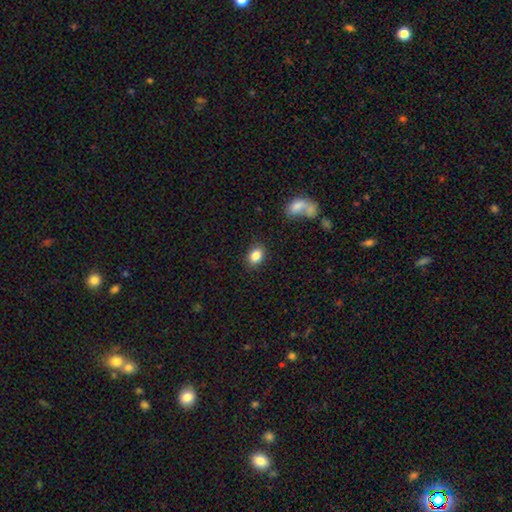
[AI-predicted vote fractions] Smooth or featured?
  - smooth: 84% *
  - star or artifact: 9%
  - featured or disk: 6%
How rounded?
  - in between: 66% *
  - round: 33%
  - cigar-shaped: 1%
Merging?
  - none: 88% *
  - minor disturbance: 8%
  - major disturbance: 2%
  - merger: 2%